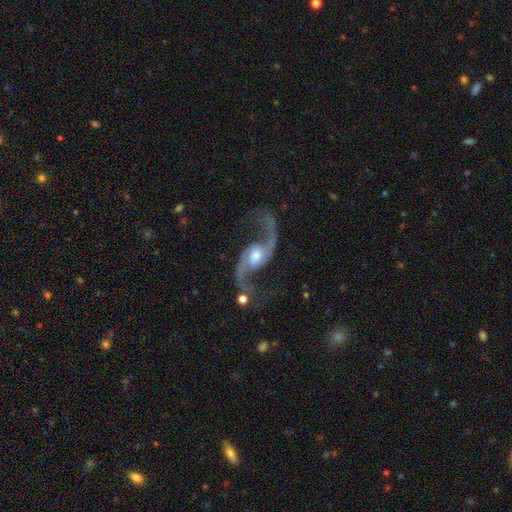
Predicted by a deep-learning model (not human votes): Overall: featured or disk (93%). Edge-on disk: no (96%). Bar: no (45%; weak 40%). Spiral arms: yes (98%). Spiral arm count: 2 (95%). Spiral winding: loose (75%). Bulge size: moderate (56%; small 19%). Merging: none (76%).